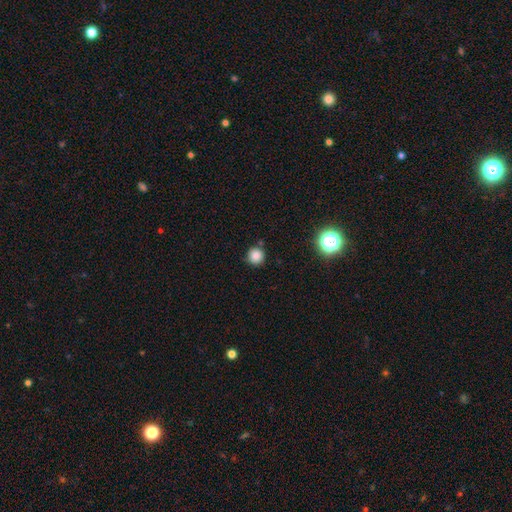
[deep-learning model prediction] Smooth or featured? smooth (84%)
How rounded? round (95%)
Merging? none (82%)